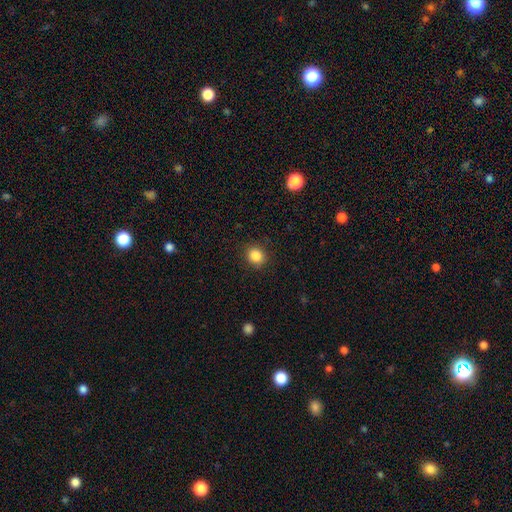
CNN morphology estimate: The model was most divided on "how rounded": round: 75%, in between: 24%, cigar-shaped: 1%. More confident: merging — none (90%); smooth or featured — smooth (86%).